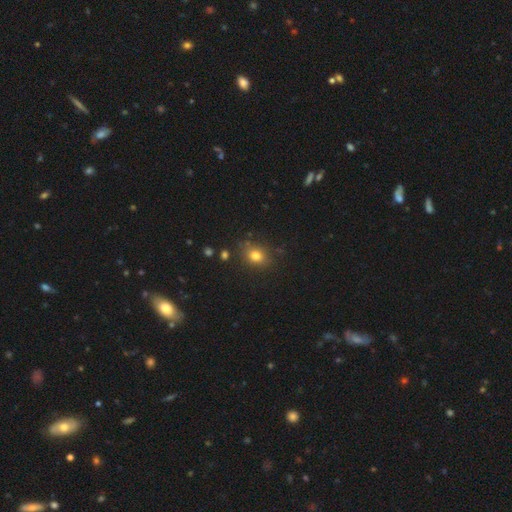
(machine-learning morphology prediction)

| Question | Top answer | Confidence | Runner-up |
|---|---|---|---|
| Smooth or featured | smooth | 78% | star or artifact (14%) |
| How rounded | round | 53% | in between (46%) |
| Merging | none | 80% | minor disturbance (13%) |